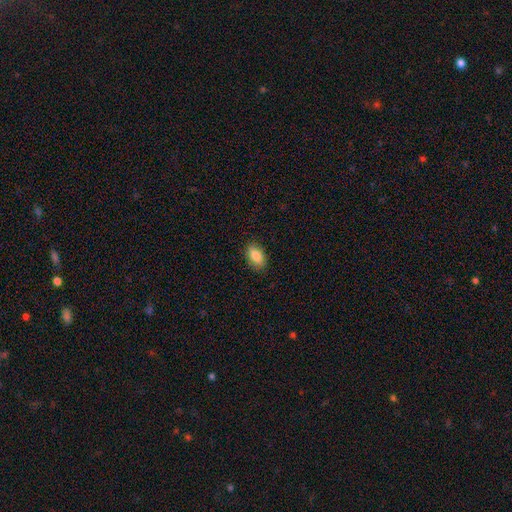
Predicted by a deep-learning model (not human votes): Q: Smooth or featured?
A: smooth (85%); runner-up: featured or disk (8%)
Q: How rounded?
A: in between (91%); runner-up: round (5%)
Q: Merging?
A: none (87%); runner-up: minor disturbance (9%)